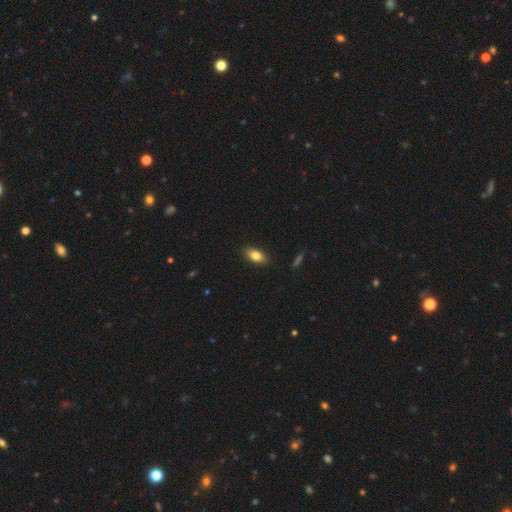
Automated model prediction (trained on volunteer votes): Q: Smooth or featured?
A: smooth (81%); runner-up: featured or disk (11%)
Q: How rounded?
A: in between (88%); runner-up: round (6%)
Q: Merging?
A: none (88%); runner-up: minor disturbance (9%)